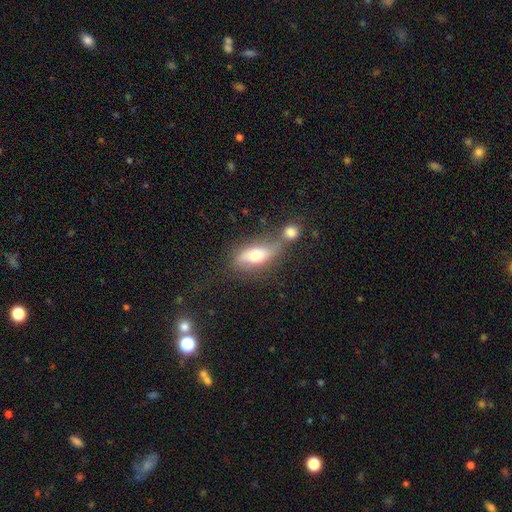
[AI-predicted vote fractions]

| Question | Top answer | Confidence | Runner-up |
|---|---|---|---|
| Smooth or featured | smooth | 61% | featured or disk (31%) |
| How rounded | in between | 75% | cigar-shaped (19%) |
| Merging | none | 38% | merger (37%) |